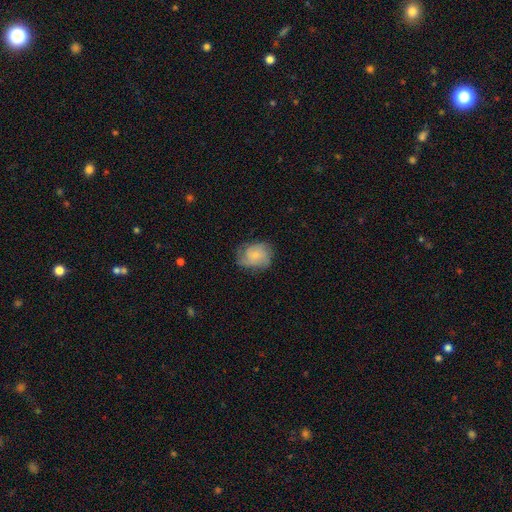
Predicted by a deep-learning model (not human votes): Smooth or featured? Predicted: featured or disk (p=0.48). Merging? Predicted: none (p=0.63).